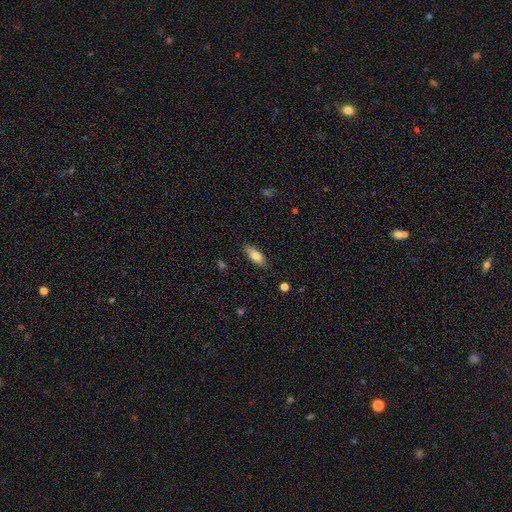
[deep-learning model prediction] Overall: smooth (76%). How rounded: in between (72%). Merging: none (85%).